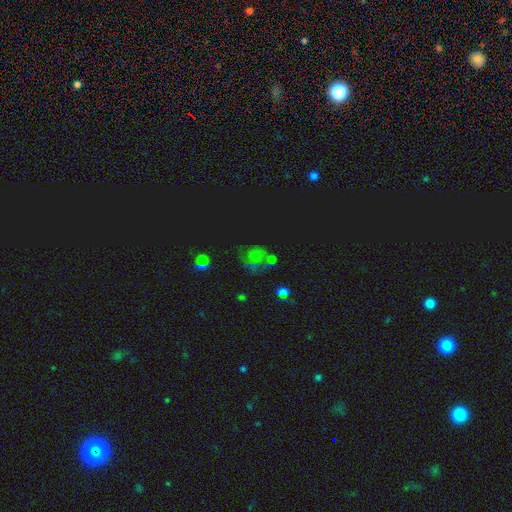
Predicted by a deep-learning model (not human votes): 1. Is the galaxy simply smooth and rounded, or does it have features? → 48% star or artifact, 31% smooth, 20% featured or disk.